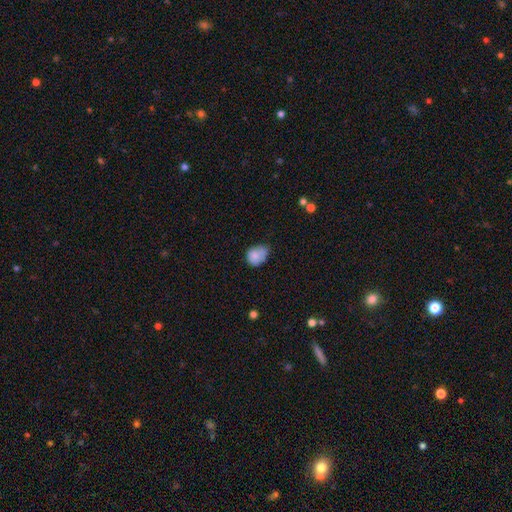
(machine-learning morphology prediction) smooth 78%, featured or disk 13%, star or artifact 9%. Down the decision tree: how rounded — round (50%); merging — minor disturbance (41%).